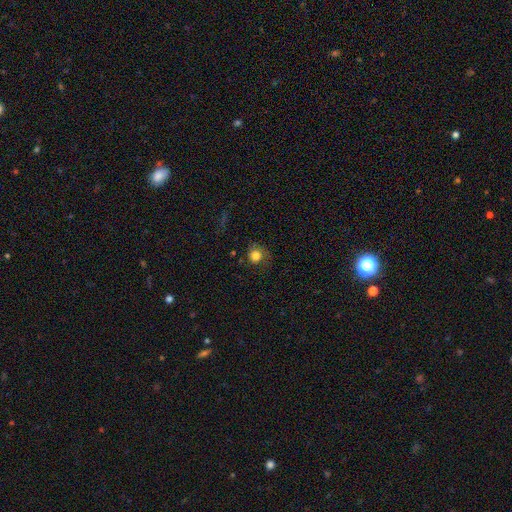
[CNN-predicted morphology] type=smooth (79%); roundness=round (88%); merging=none (71%).